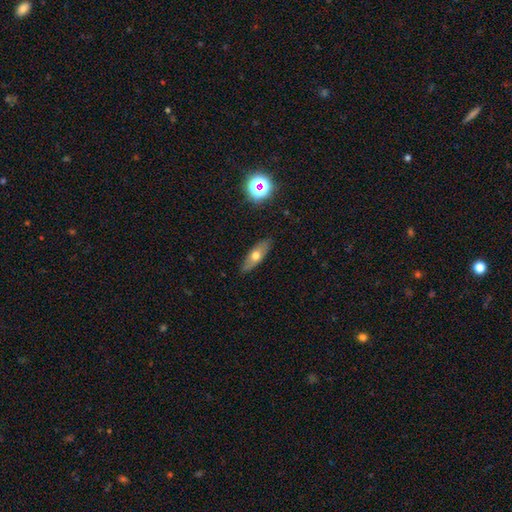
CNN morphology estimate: A smooth galaxy with no disk features (56%) that is in between round and cigar-shaped (60%).

Vote fractions:
- Smooth or featured? smooth: 56% / featured or disk: 35% / star or artifact: 8%
- How rounded? in between: 60% / cigar-shaped: 35% / round: 5%
- Merging? none: 87% / minor disturbance: 10% / major disturbance: 2% / merger: 1%